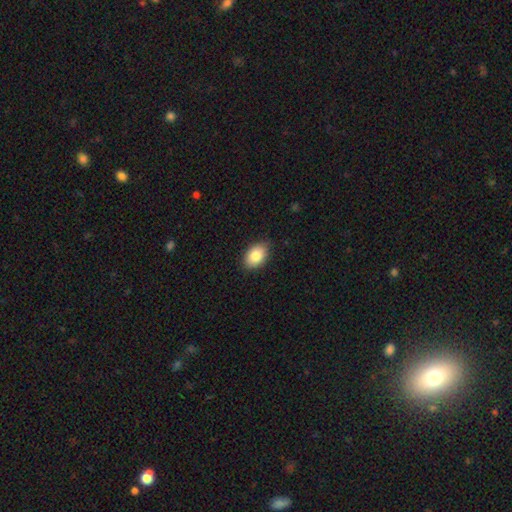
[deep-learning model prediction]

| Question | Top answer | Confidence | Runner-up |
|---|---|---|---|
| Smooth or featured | smooth | 85% | featured or disk (8%) |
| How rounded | in between | 86% | round (13%) |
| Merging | none | 86% | minor disturbance (11%) |